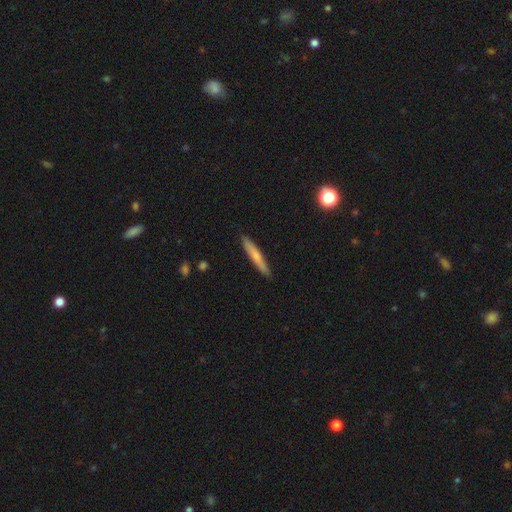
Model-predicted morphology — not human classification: Smooth or featured? Predicted: smooth (p=0.66). How rounded? Predicted: cigar-shaped (p=0.94). Merging? Predicted: none (p=0.90).